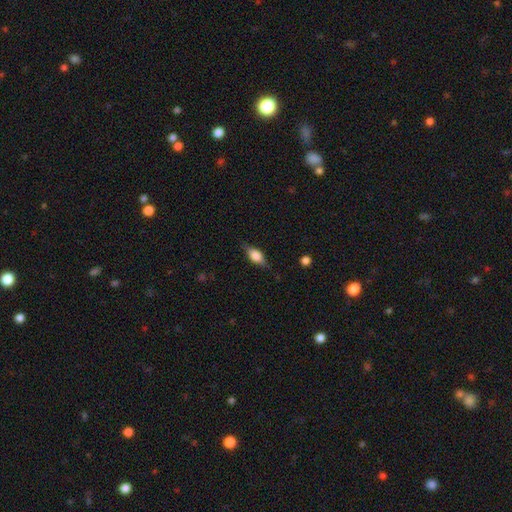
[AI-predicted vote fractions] Q: Smooth or featured?
A: smooth (56%); runner-up: featured or disk (36%)
Q: How rounded?
A: in between (76%); runner-up: cigar-shaped (17%)
Q: Merging?
A: none (77%); runner-up: minor disturbance (17%)